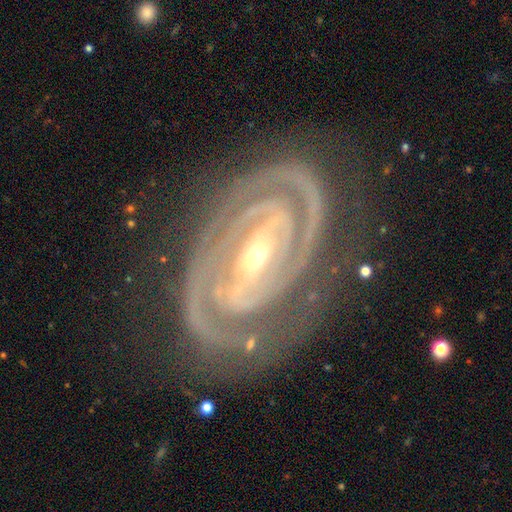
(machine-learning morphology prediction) This is clearly a featured or disk galaxy (92%). It is clearly not viewed edge-on (97%). Bar: marginally strong (45%). Spiral arm pattern: clearly yes (98%). Spiral arm count: likely 2 (77%). Spiral winding: likely tight (78%). Central bulge: possibly small (58%). Merging: likely none (78%).